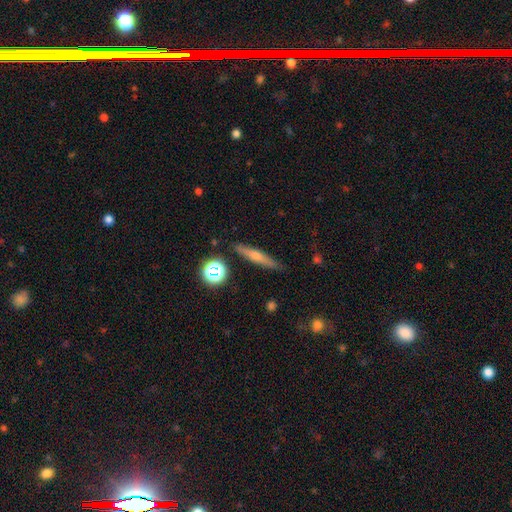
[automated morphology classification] type=smooth (47%); merging=none (86%).